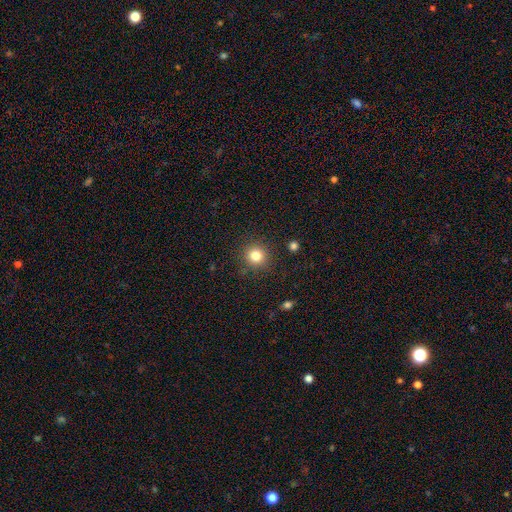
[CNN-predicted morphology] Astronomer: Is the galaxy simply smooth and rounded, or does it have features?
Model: smooth — 82%.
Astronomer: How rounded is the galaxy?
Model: round — 93%.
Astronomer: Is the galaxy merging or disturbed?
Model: none — 89%.